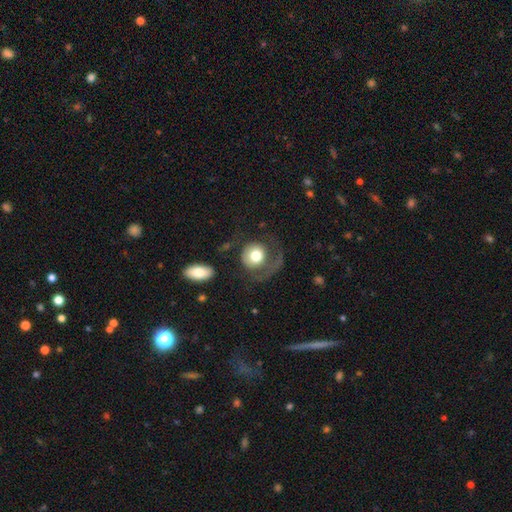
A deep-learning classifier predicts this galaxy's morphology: smooth-or-featured: smooth: 62% | featured or disk: 31% | star or artifact: 7%
  how-rounded: round: 81% | in between: 18% | cigar-shaped: 1%
  merging: major disturbance: 46% | none: 34% | minor disturbance: 16% | merger: 4%